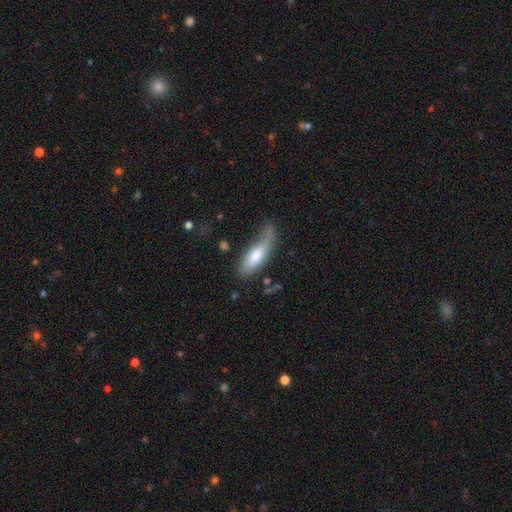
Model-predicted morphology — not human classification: Q: Smooth or featured?
A: smooth (71%); runner-up: featured or disk (22%)
Q: How rounded?
A: in between (52%); runner-up: cigar-shaped (46%)
Q: Merging?
A: none (45%); runner-up: minor disturbance (32%)